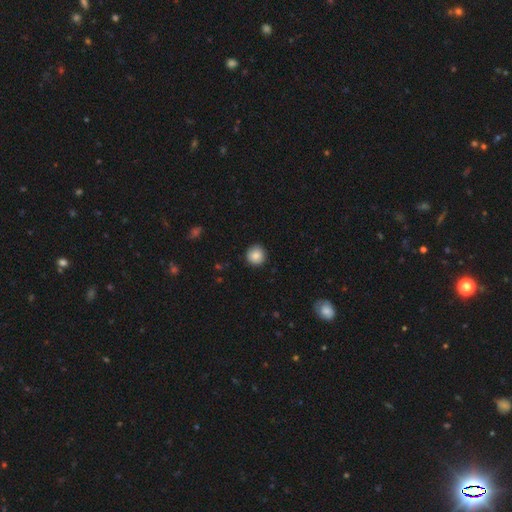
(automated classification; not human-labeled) This appears to be a smooth galaxy with no disk features (85%) that is round (94%). Merging: none (90%).